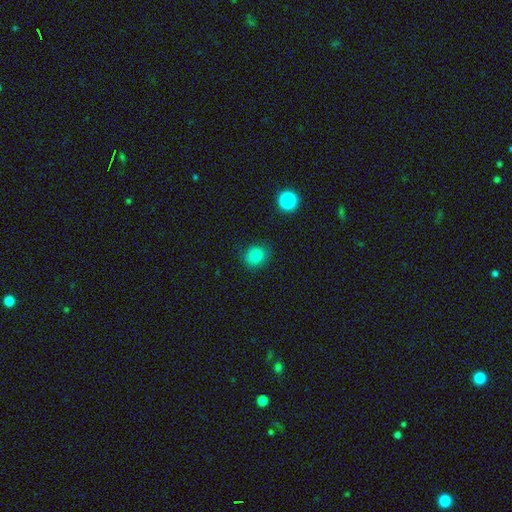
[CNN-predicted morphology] Smooth or featured? Predicted: smooth (p=0.83). How rounded? Predicted: round (p=0.76). Merging? Predicted: none (p=0.83).